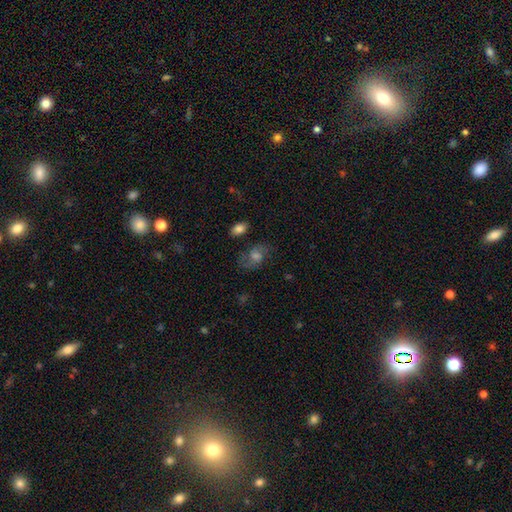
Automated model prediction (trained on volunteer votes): This is marginally a featured or disk galaxy (44%). Merging: likely none (64%).